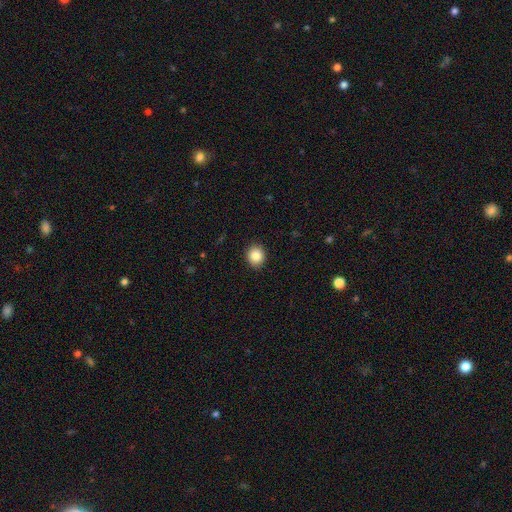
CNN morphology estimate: This appears to be a smooth galaxy with no disk features (87%) that is round (77%). Merging: none (91%).